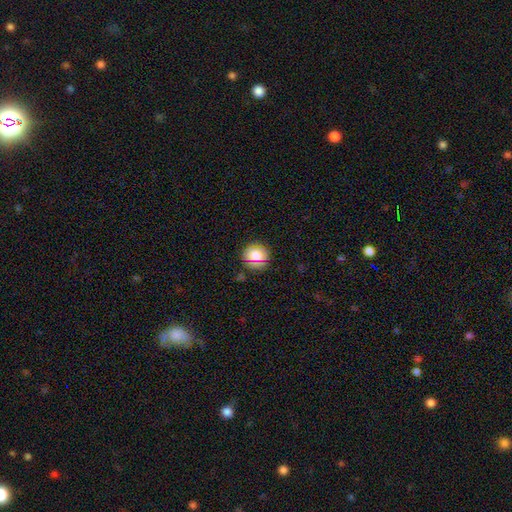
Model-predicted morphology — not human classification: Smooth or featured? Predicted: smooth (p=0.75). How rounded? Predicted: round (p=0.88). Merging? Predicted: none (p=0.86).